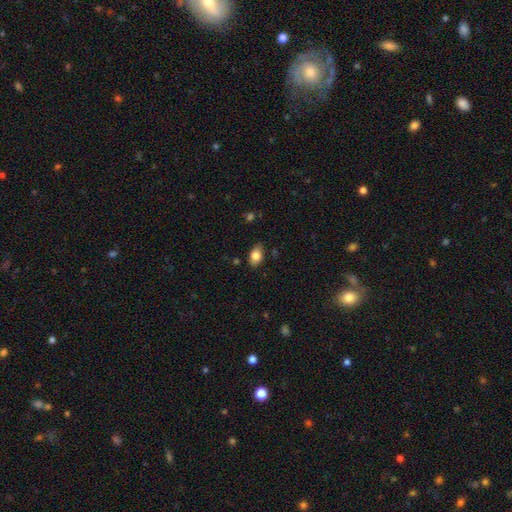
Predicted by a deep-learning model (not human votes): Overall: smooth (82%). How rounded: in between (89%). Merging: none (82%).